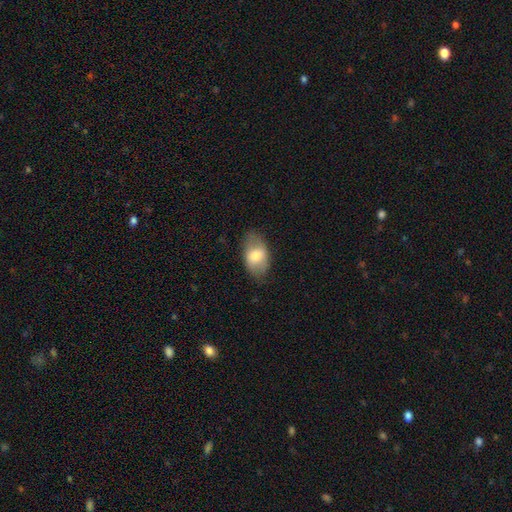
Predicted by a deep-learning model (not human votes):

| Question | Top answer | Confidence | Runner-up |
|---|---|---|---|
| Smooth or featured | smooth | 70% | featured or disk (23%) |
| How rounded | in between | 91% | round (7%) |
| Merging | none | 76% | minor disturbance (18%) |